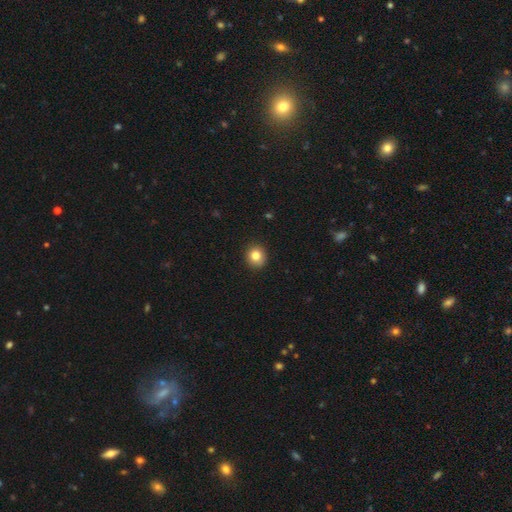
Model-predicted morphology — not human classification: type=smooth (83%); roundness=round (85%); merging=none (91%).